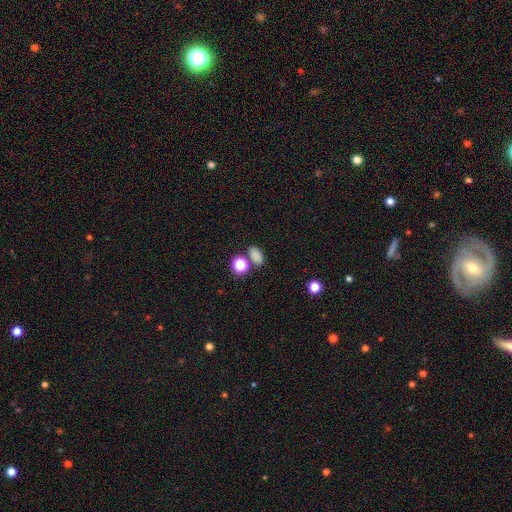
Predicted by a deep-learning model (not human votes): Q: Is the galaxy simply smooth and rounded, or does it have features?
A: smooth — 78%.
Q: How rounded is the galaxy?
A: in between — 79%.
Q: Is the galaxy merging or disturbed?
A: none — 71%.